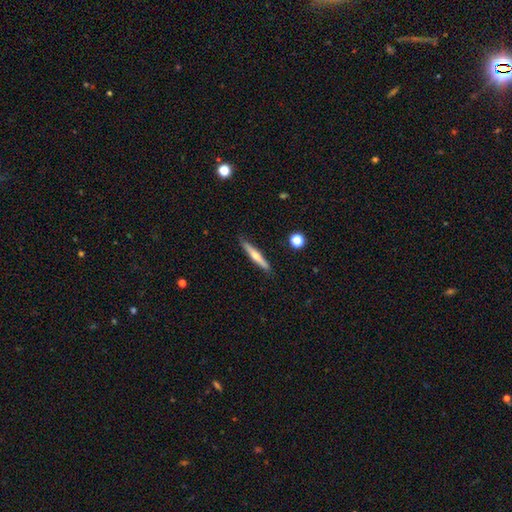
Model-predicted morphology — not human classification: A featured or disk galaxy (51%) viewed edge-on (95%).

Vote fractions:
- Smooth or featured? featured or disk: 51% / smooth: 43% / star or artifact: 6%
- Edge-on disk? yes: 95% / no: 5%
- Merging? none: 88% / minor disturbance: 9% / major disturbance: 2% / merger: 2%